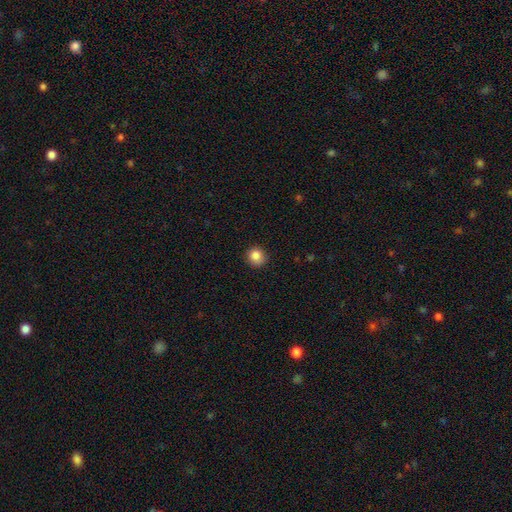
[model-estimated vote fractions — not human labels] This appears to be a smooth galaxy with no disk features (86%) that is round (90%). Merging: none (89%).